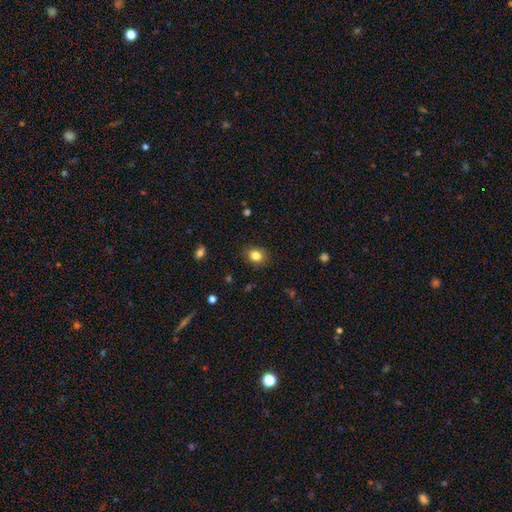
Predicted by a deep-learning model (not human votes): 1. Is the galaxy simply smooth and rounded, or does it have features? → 83% smooth, 11% star or artifact, 6% featured or disk.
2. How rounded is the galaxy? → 57% round, 42% in between, 1% cigar-shaped.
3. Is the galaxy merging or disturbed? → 86% none, 10% minor disturbance, 2% major disturbance, 1% merger.